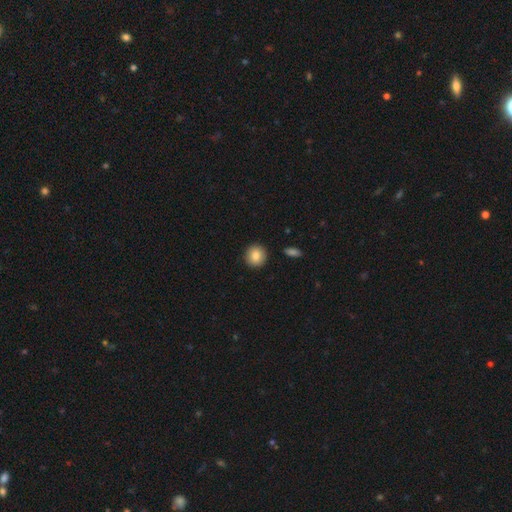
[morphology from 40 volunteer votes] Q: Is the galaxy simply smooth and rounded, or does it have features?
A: smooth — 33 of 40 (82%).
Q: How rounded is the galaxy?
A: round — 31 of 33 (94%).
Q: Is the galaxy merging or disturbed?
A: none — 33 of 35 (94%).